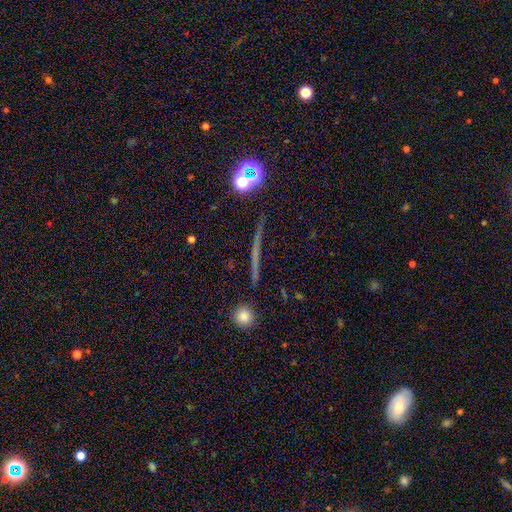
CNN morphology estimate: Q: Smooth or featured?
A: featured or disk (49%); runner-up: smooth (28%)
Q: Merging?
A: none (89%); runner-up: minor disturbance (6%)